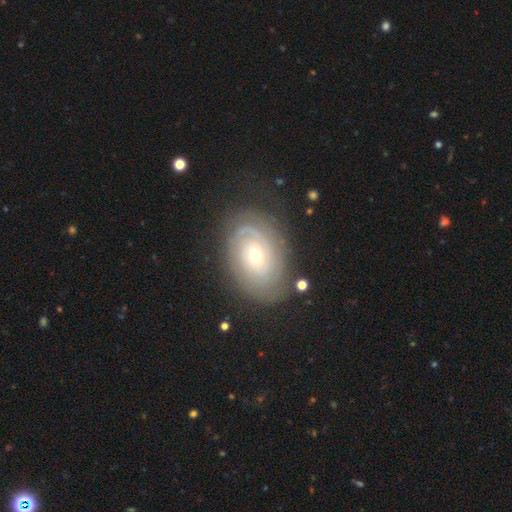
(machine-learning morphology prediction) Smooth or featured? Predicted: featured or disk (p=0.75). Edge-on disk? Predicted: no (p=0.95). Bar? Predicted: no (p=0.81). Spiral arms? Predicted: yes (p=0.87). Spiral winding? Predicted: tight (p=0.79). Spiral arm count? Predicted: can't tell (p=0.43). Bulge size? Predicted: small (p=0.50). Merging? Predicted: none (p=0.78).